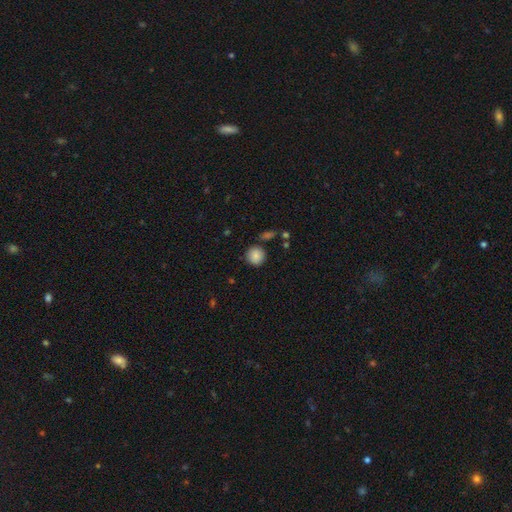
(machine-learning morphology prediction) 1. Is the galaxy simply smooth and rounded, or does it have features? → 86% smooth, 8% star or artifact, 5% featured or disk.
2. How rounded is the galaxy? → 92% round, 7% in between, 1% cigar-shaped.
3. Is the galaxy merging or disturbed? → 83% none, 10% minor disturbance, 4% merger, 3% major disturbance.